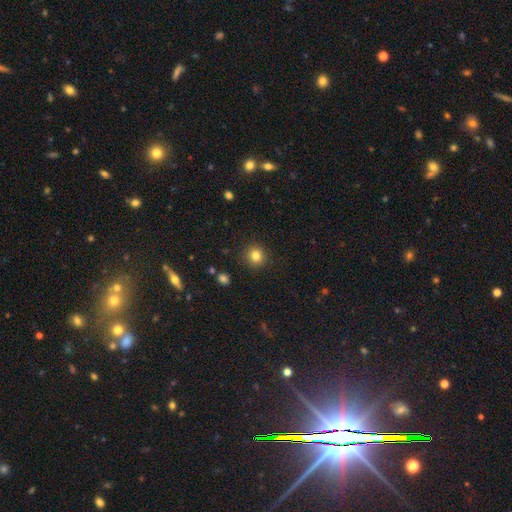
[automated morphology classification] A smooth galaxy with no disk features (82%) that is round (88%). Merging: none (90%).